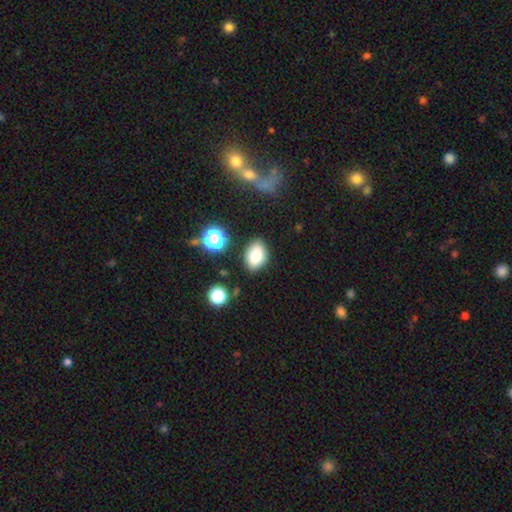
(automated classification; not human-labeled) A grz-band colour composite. It shows a smooth galaxy with no disk features (81%) that is in between round and cigar-shaped (82%). Merging: none (81%).